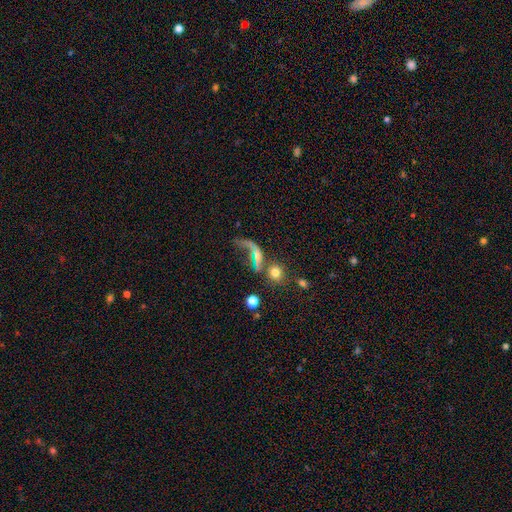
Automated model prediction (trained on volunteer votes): A featured or disk galaxy (43%). Merging: major disturbance (40%).